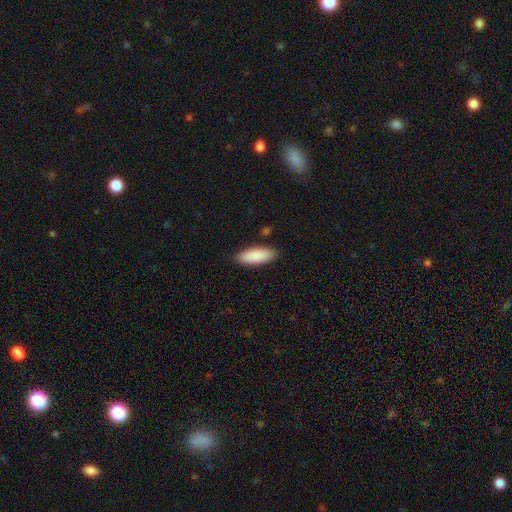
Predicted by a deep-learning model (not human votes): The model was most divided on "how rounded": in between: 70%, cigar-shaped: 29%, round: 2%. More confident: smooth or featured — smooth (89%); merging — none (87%).